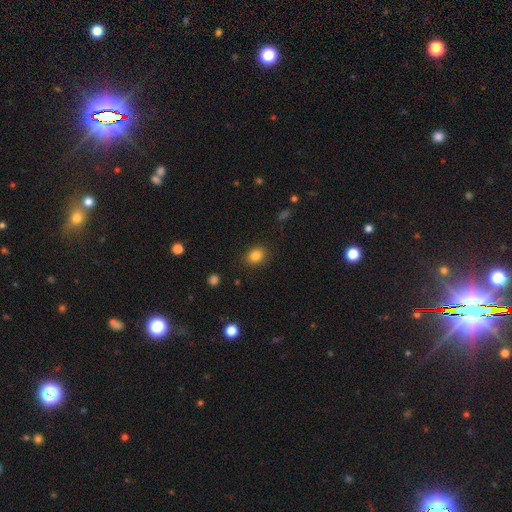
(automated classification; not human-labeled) Smooth or featured? Predicted: smooth (p=0.84). How rounded? Predicted: round (p=0.51). Merging? Predicted: none (p=0.87).